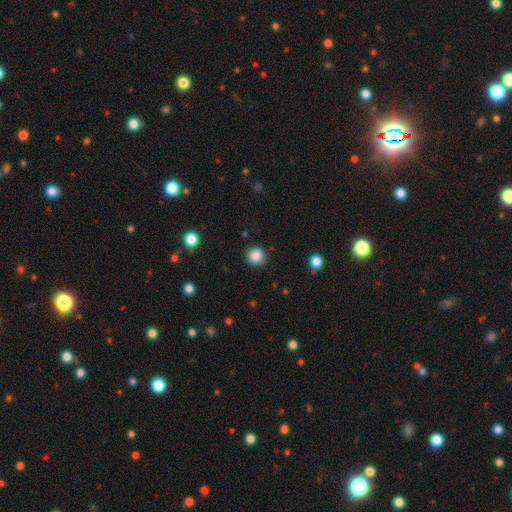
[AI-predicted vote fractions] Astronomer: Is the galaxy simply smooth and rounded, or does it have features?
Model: smooth — 86%.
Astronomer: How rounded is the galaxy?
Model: round — 86%.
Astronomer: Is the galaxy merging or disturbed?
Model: none — 88%.